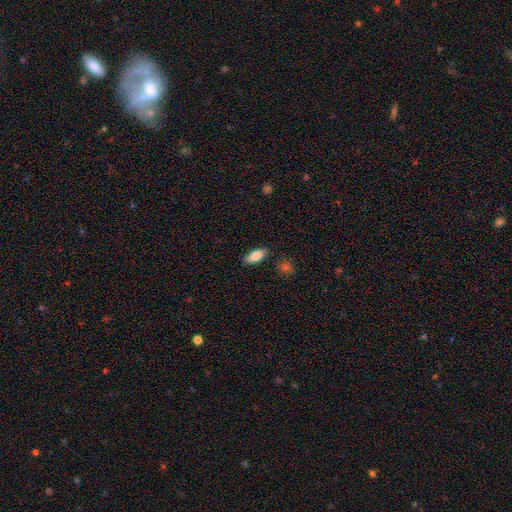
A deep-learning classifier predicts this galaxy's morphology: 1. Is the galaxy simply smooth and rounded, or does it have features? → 85% smooth, 9% featured or disk, 7% star or artifact.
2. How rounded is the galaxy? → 82% in between, 16% cigar-shaped, 2% round.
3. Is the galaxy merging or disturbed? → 85% none, 11% minor disturbance, 2% major disturbance, 2% merger.